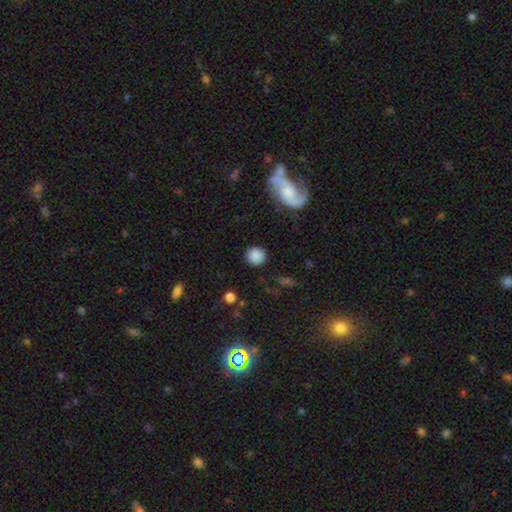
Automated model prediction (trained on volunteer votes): Smooth or featured?
  - smooth: 84% *
  - star or artifact: 9%
  - featured or disk: 7%
How rounded?
  - round: 91% *
  - in between: 8%
  - cigar-shaped: 1%
Merging?
  - none: 87% *
  - minor disturbance: 8%
  - major disturbance: 3%
  - merger: 2%